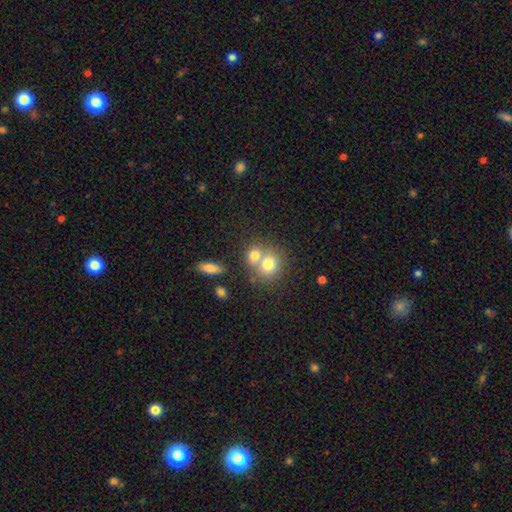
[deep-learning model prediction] Smooth or featured? Predicted: smooth (p=0.72). How rounded? Predicted: round (p=0.71). Merging? Predicted: merger (p=0.56).